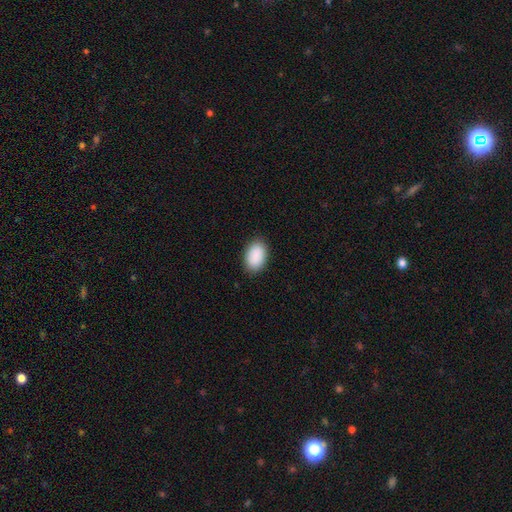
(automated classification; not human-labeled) Smooth or featured: smooth — 91% (star or artifact — 6%)
How rounded: in between — 89% (round — 10%)
Merging: none — 88% (minor disturbance — 9%)